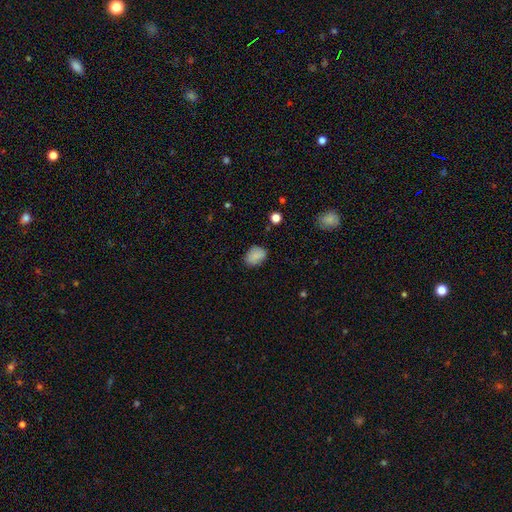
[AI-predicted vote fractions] Smooth or featured?
  - smooth: 85% *
  - star or artifact: 9%
  - featured or disk: 6%
How rounded?
  - in between: 74% *
  - round: 25%
  - cigar-shaped: 1%
Merging?
  - none: 77% *
  - minor disturbance: 18%
  - major disturbance: 4%
  - merger: 1%